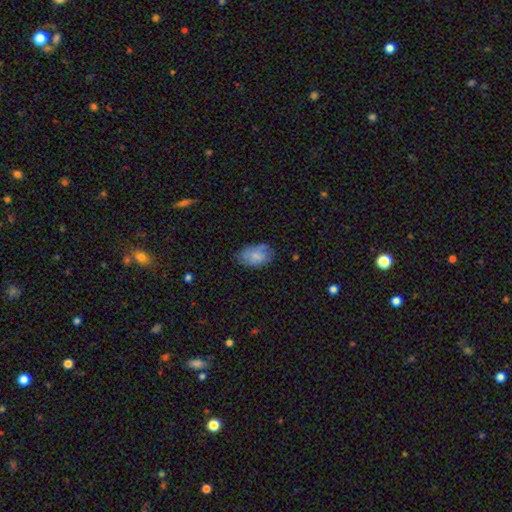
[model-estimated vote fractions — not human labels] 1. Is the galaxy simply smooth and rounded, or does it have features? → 70% smooth, 23% featured or disk, 7% star or artifact.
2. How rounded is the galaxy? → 91% in between, 8% round, 1% cigar-shaped.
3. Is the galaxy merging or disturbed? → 69% none, 23% minor disturbance, 5% major disturbance, 2% merger.